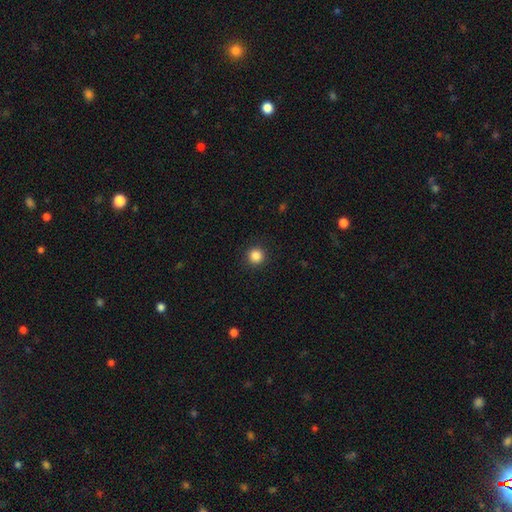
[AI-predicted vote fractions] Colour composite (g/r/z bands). It shows a smooth galaxy with no disk features (86%) that is round (95%). Merging: none (92%).